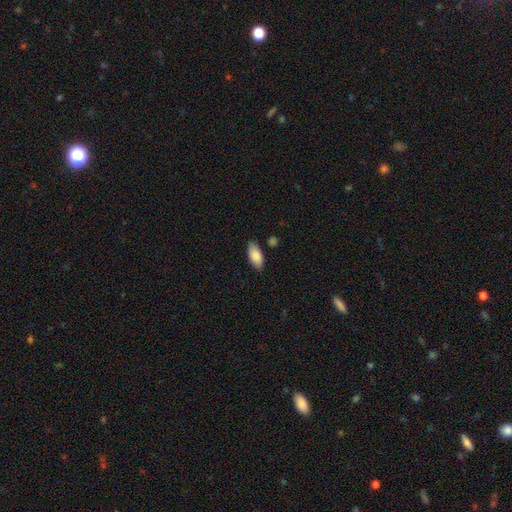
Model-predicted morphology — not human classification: This appears to be a smooth galaxy with no disk features (86%) that is in between round and cigar-shaped (89%). Merging: none (83%).